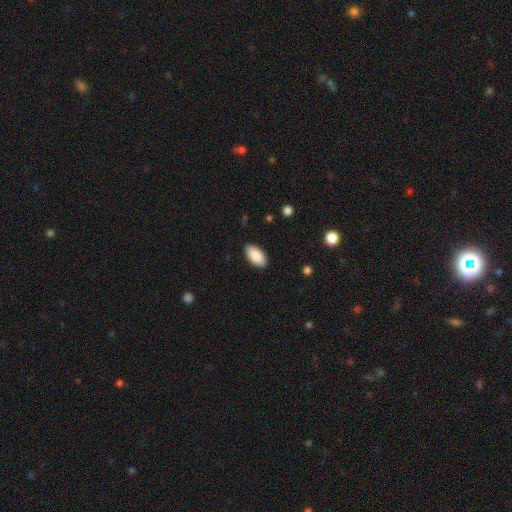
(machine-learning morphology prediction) Smooth or featured? Predicted: smooth (p=0.90). How rounded? Predicted: in between (p=0.95). Merging? Predicted: none (p=0.89).